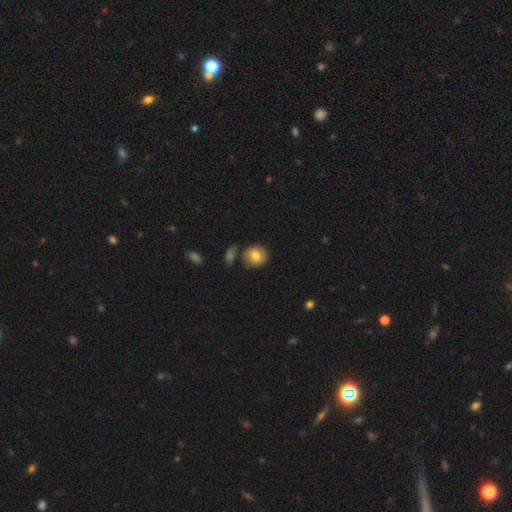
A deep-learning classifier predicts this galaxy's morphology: Smooth or featured?
  - smooth: 77% *
  - featured or disk: 15%
  - star or artifact: 8%
How rounded?
  - round: 82% *
  - in between: 17%
  - cigar-shaped: 1%
Merging?
  - none: 74% *
  - minor disturbance: 15%
  - merger: 8%
  - major disturbance: 4%